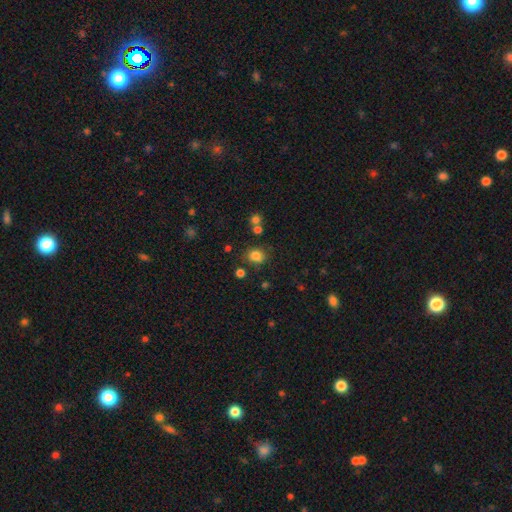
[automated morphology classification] Smooth or featured? Predicted: smooth (p=0.80). How rounded? Predicted: round (p=0.64). Merging? Predicted: none (p=0.74).